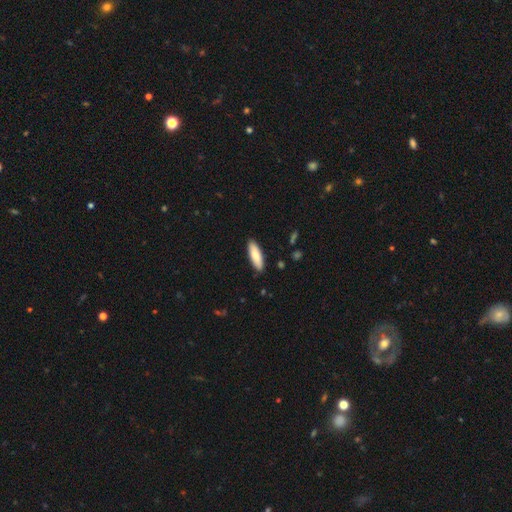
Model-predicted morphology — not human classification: smooth 83%, featured or disk 12%, star or artifact 5%. Down the decision tree: how rounded — in between (50%); merging — none (88%).